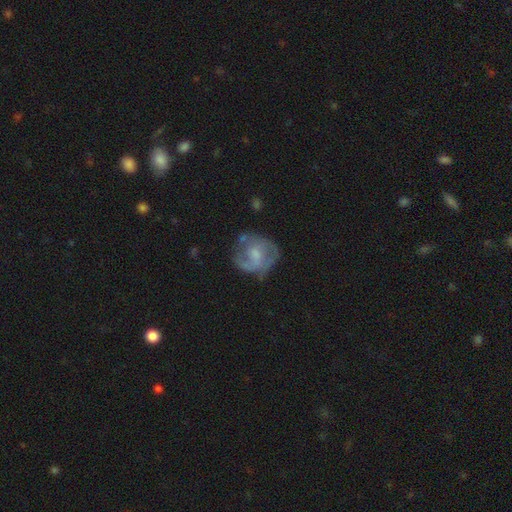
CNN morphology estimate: Overall: featured or disk (63%; smooth 30%). Edge-on disk: no (98%). Bar: no (55%; weak 38%). Spiral arms: yes (70%). Bulge size: small (39%; moderate 35%). Merging: none (54%; minor disturbance 24%).